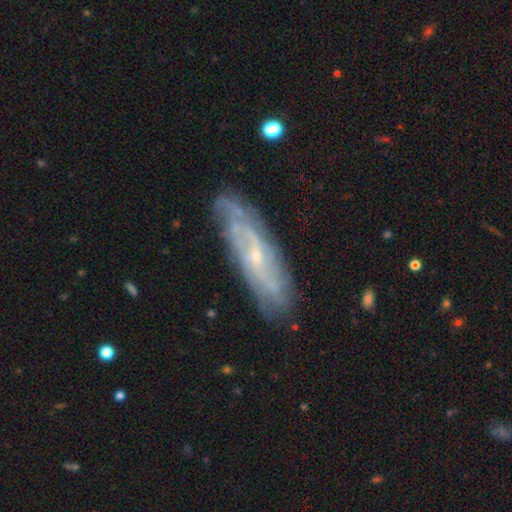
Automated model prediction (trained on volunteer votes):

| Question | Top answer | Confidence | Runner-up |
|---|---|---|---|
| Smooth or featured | featured or disk | 78% | smooth (15%) |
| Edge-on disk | no | 75% | yes (25%) |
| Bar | no | 57% | weak (34%) |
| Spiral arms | yes | 89% | no (11%) |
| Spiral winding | tight | 50% | medium (35%) |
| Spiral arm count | can't tell | 48% | 2 (25%) |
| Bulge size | small | 76% | moderate (18%) |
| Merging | none | 79% | minor disturbance (15%) |